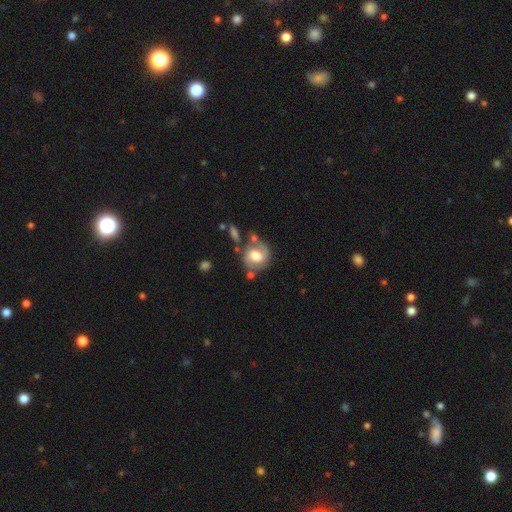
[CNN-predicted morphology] The model was most divided on "bar": no: 47%, weak: 41%, strong: 12%. Remaining: edge-on disk — no (97%); spiral arm count — 2 (83%); spiral arms — yes (83%); smooth or featured — featured or disk (64%); merging — none (61%); bulge size — moderate (53%); spiral winding — medium (47%).